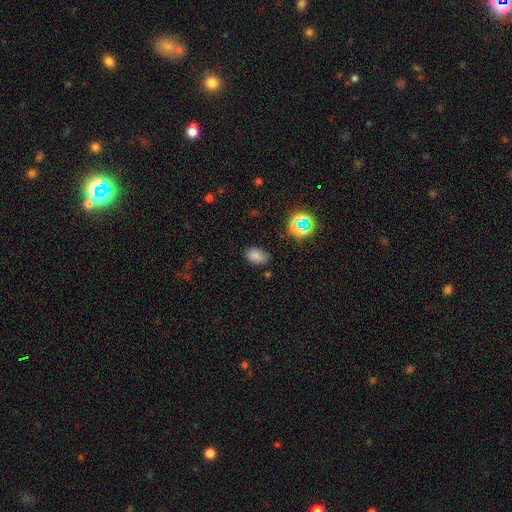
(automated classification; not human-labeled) Morphology: type=smooth (78%); roundness=in between (86%); merging=none (75%).